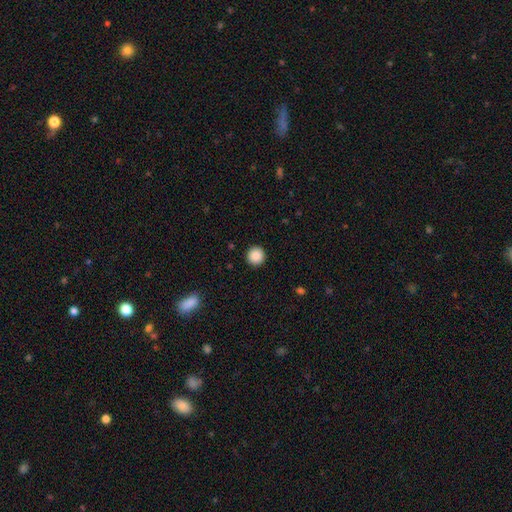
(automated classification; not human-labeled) Overall: smooth (88%). How rounded: round (95%). Merging: none (93%).